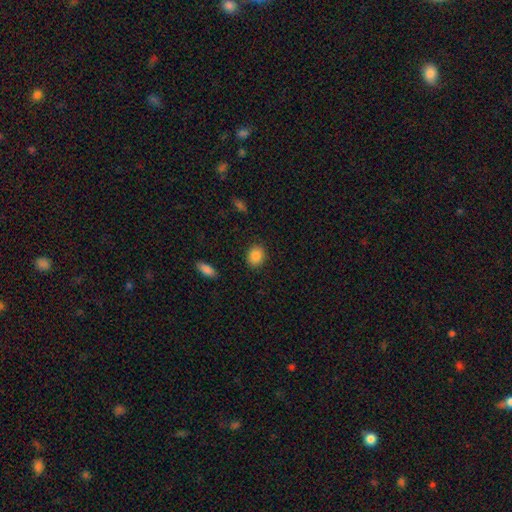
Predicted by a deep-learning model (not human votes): Q: Smooth or featured?
A: smooth (87%); runner-up: star or artifact (9%)
Q: How rounded?
A: round (56%); runner-up: in between (43%)
Q: Merging?
A: none (89%); runner-up: minor disturbance (7%)